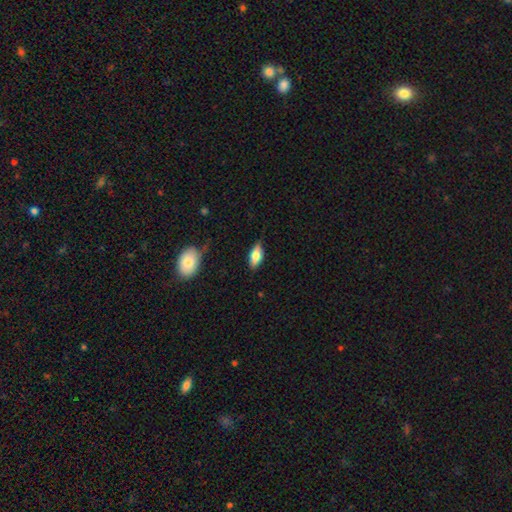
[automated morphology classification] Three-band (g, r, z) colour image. It shows a smooth galaxy with no disk features (67%) that is in between round and cigar-shaped (83%). Merging: none (78%).